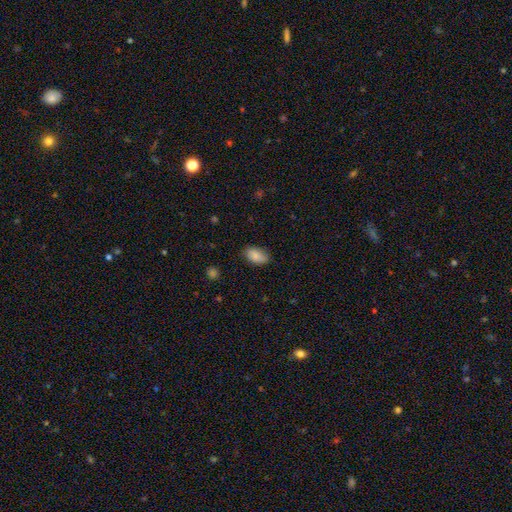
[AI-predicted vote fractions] The model was most divided on "merging": none: 80%, minor disturbance: 15%, major disturbance: 3%, merger: 1%. More confident: how rounded — in between (93%); smooth or featured — smooth (86%).